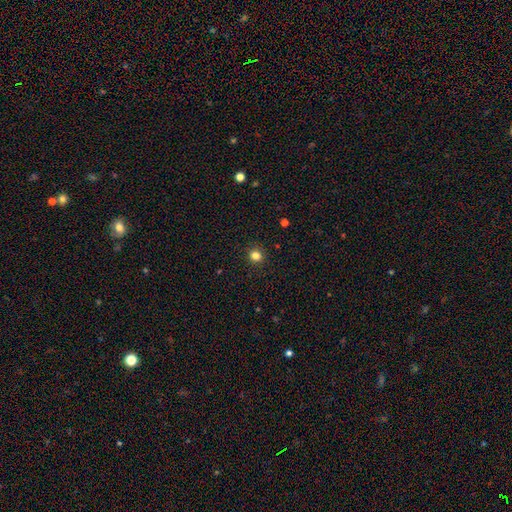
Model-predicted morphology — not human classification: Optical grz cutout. It shows a smooth galaxy with no disk features (82%) that is round (91%). Merging: none (92%).